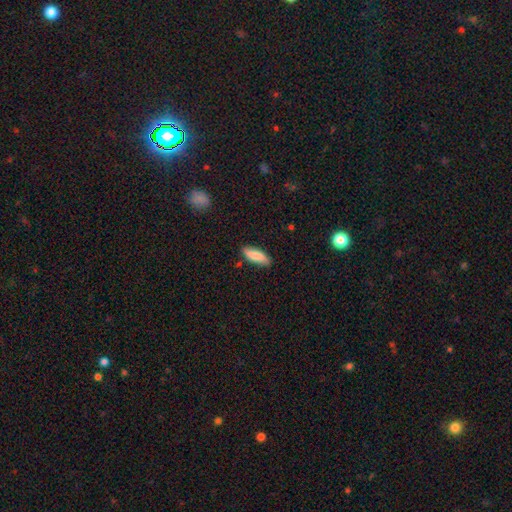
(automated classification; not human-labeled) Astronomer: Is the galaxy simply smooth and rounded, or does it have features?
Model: smooth — 80%.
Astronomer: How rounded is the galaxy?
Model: in between — 61% (runner-up: cigar-shaped, 37%).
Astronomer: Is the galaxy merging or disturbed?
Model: none — 83%.